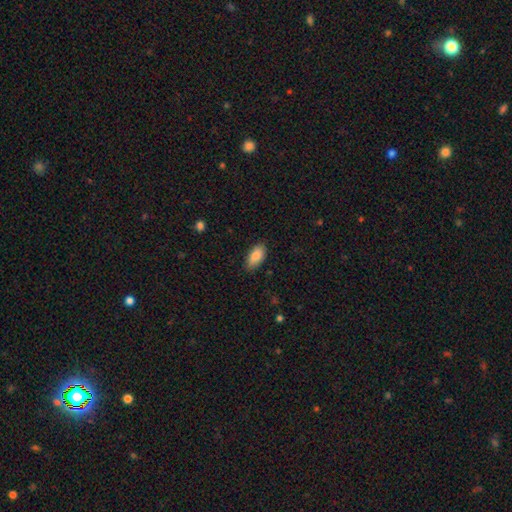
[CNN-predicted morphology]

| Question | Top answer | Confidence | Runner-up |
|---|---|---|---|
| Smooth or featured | smooth | 86% | featured or disk (8%) |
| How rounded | in between | 92% | cigar-shaped (5%) |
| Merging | none | 86% | minor disturbance (11%) |